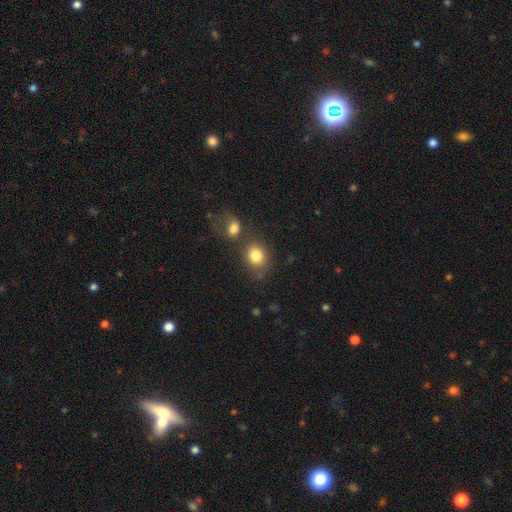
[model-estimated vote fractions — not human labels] Smooth or featured? Predicted: smooth (p=0.82). How rounded? Predicted: round (p=0.62). Merging? Predicted: none (p=0.57).